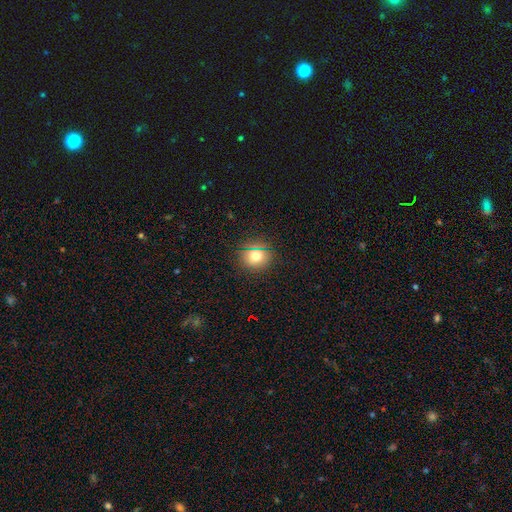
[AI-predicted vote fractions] Overall: smooth (72%). How rounded: round (89%). Merging: none (88%).